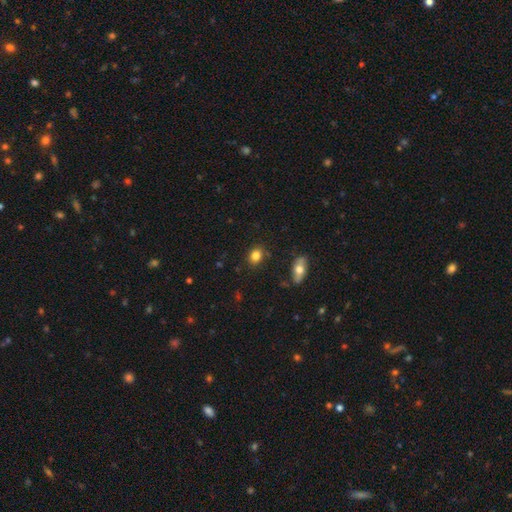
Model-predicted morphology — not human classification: Smooth or featured? smooth (83%)
How rounded? in between (63%)
Merging? none (84%)